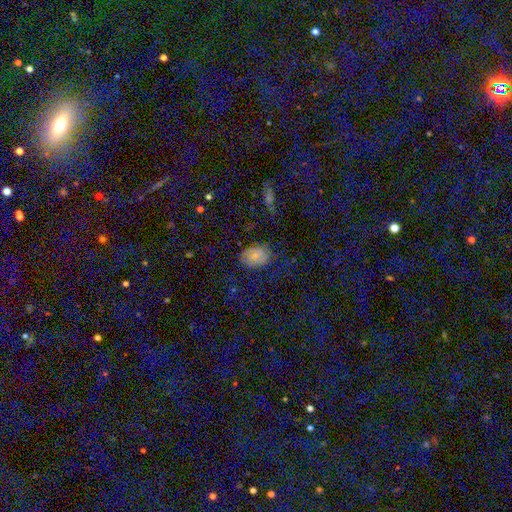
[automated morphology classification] type=smooth (71%); roundness=in between (74%); merging=none (67%).